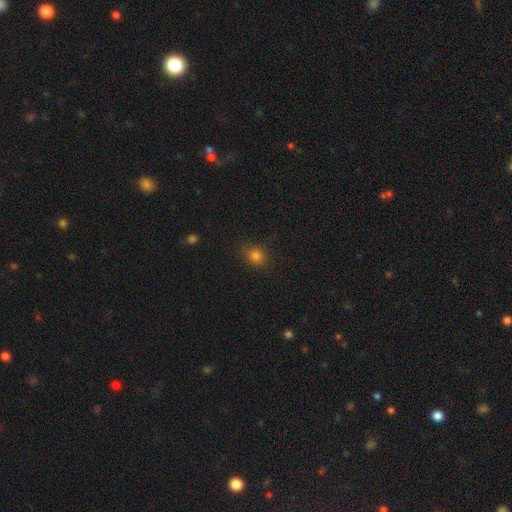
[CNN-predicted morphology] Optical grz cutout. It shows a smooth galaxy with no disk features (79%) that is round (64%). Merging: none (81%).